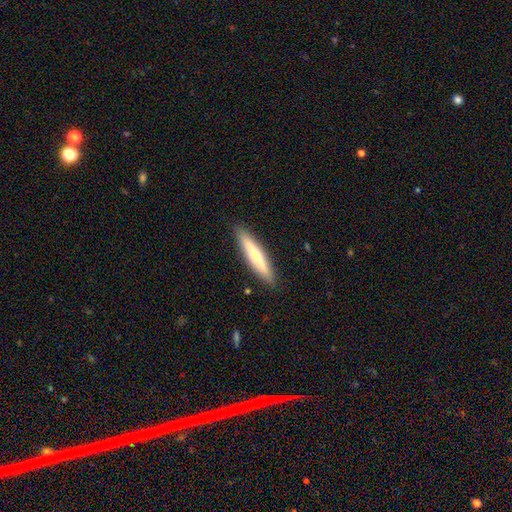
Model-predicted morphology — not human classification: smooth 57%, featured or disk 37%, star or artifact 6%. Down the decision tree: how rounded — cigar-shaped (89%); merging — none (90%).